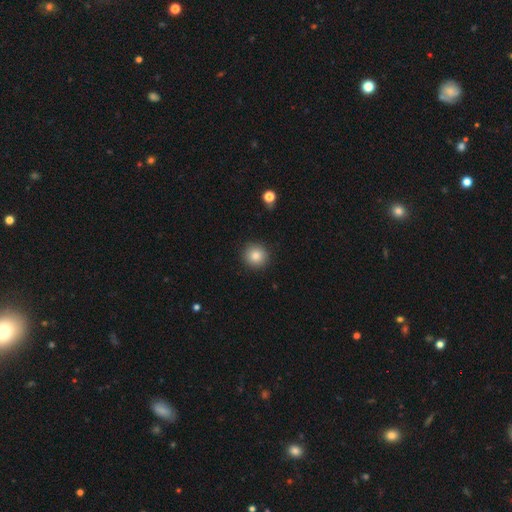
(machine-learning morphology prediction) Smooth or featured: smooth — 85% (star or artifact — 10%)
How rounded: round — 93% (in between — 6%)
Merging: none — 91% (minor disturbance — 6%)